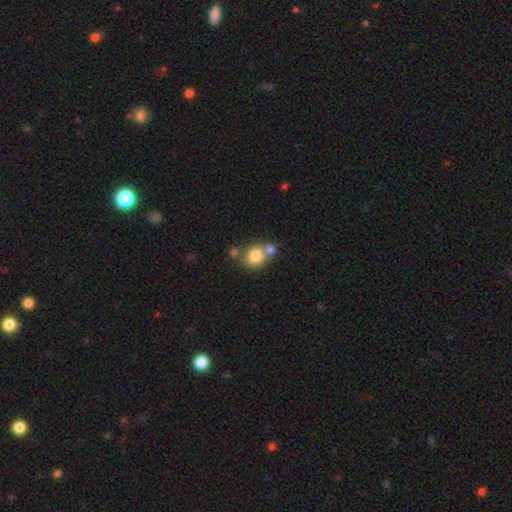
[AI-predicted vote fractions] Smooth or featured?
  - smooth: 80% *
  - featured or disk: 10%
  - star or artifact: 10%
How rounded?
  - round: 79% *
  - in between: 20%
  - cigar-shaped: 1%
Merging?
  - none: 48% *
  - merger: 38%
  - minor disturbance: 10%
  - major disturbance: 4%